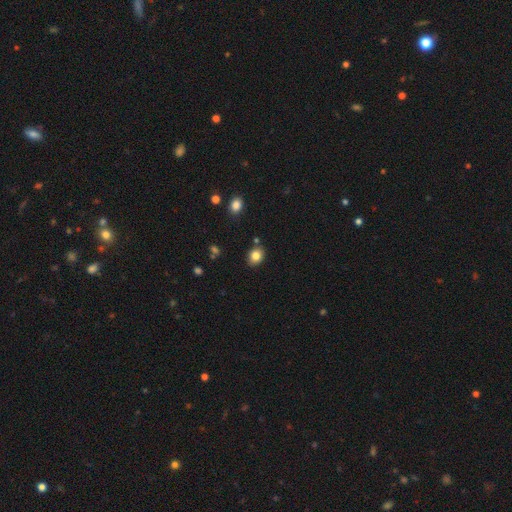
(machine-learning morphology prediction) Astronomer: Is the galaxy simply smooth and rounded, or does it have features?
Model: smooth — 82%.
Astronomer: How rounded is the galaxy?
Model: in between — 50% (runner-up: round, 49%).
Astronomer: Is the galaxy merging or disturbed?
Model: none — 82%.